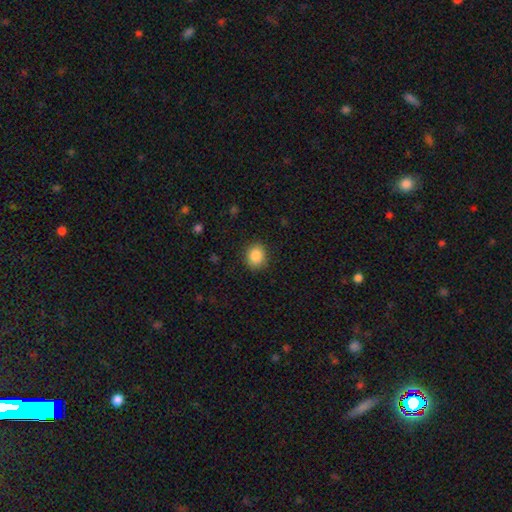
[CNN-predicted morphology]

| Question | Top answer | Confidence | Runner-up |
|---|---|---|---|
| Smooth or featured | smooth | 88% | star or artifact (9%) |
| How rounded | round | 65% | in between (34%) |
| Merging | none | 88% | minor disturbance (9%) |